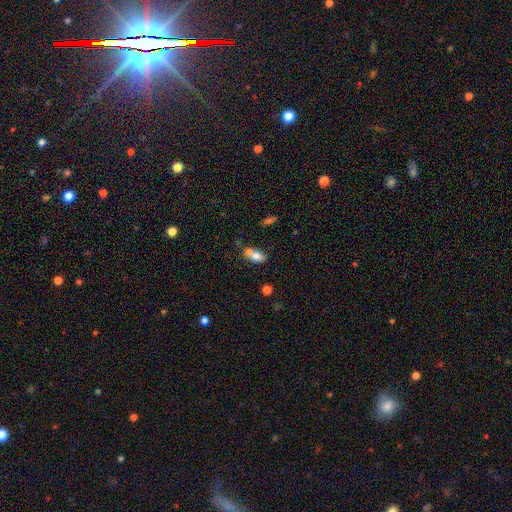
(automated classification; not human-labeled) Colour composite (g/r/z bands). It shows a smooth galaxy with no disk features (72%) that is in between round and cigar-shaped (81%). Merging: merger (48%).